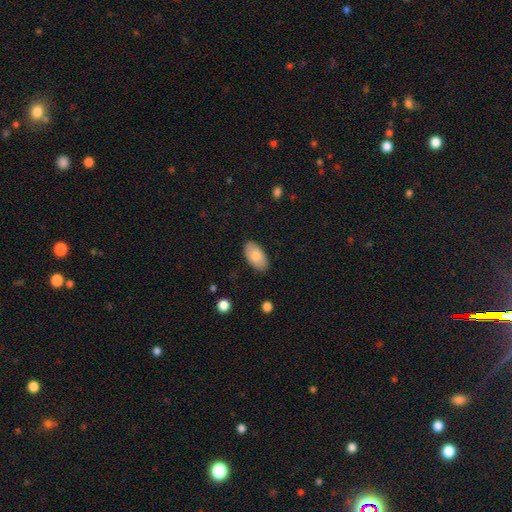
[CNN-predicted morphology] smooth-or-featured: smooth: 76% | featured or disk: 18% | star or artifact: 6%
  how-rounded: in between: 95% | round: 3% | cigar-shaped: 2%
  merging: none: 87% | minor disturbance: 10% | major disturbance: 2% | merger: 1%